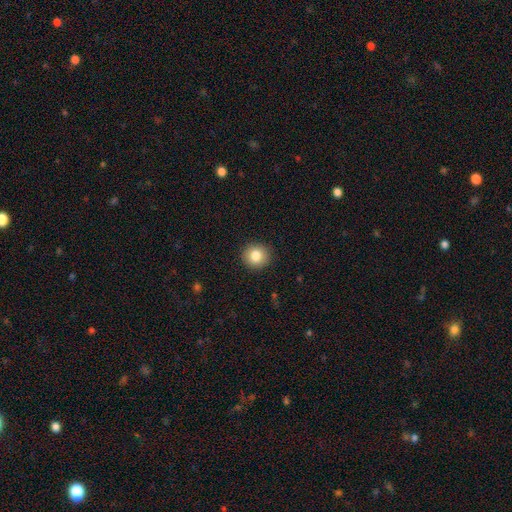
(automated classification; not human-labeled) smooth-or-featured: smooth: 83% | star or artifact: 9% | featured or disk: 8%
  how-rounded: round: 89% | in between: 10% | cigar-shaped: 1%
  merging: none: 91% | minor disturbance: 6% | major disturbance: 2% | merger: 1%